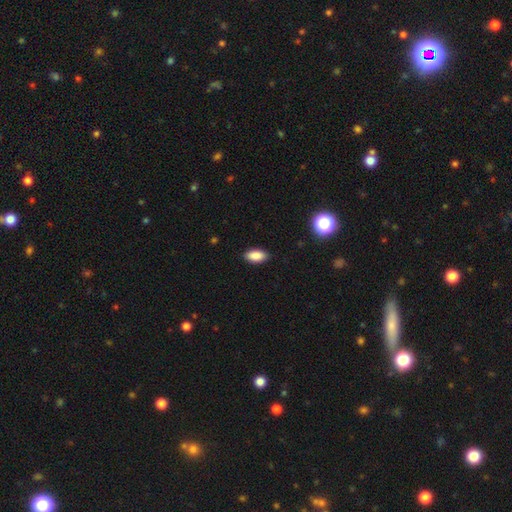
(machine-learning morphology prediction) A smooth galaxy with no disk features (88%) that is in between round and cigar-shaped (92%).

Vote fractions:
- Smooth or featured? smooth: 88% / star or artifact: 8% / featured or disk: 4%
- How rounded? in between: 92% / cigar-shaped: 5% / round: 3%
- Merging? none: 88% / minor disturbance: 9% / major disturbance: 2% / merger: 1%